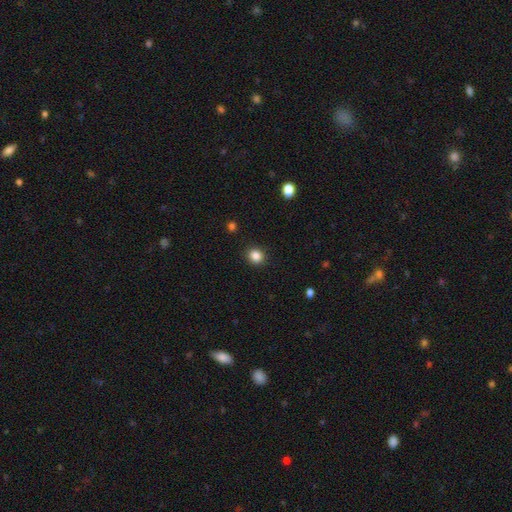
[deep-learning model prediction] This appears to be a smooth galaxy with no disk features (85%) that is round (77%). Merging: none (91%).